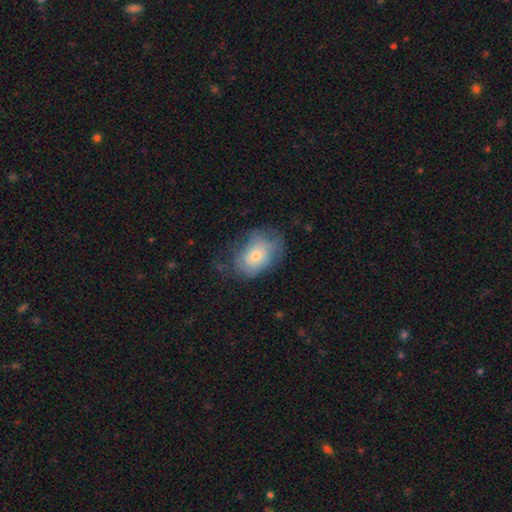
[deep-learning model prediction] Smooth or featured?
  - smooth: 60% *
  - featured or disk: 32%
  - star or artifact: 8%
How rounded?
  - in between: 77% *
  - round: 22%
  - cigar-shaped: 1%
Merging?
  - none: 49% *
  - minor disturbance: 29%
  - major disturbance: 20%
  - merger: 2%